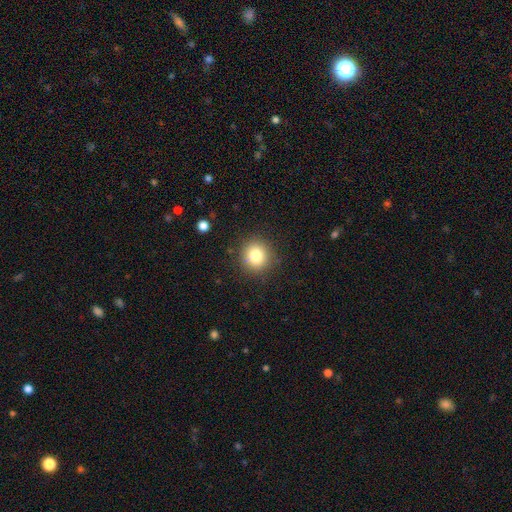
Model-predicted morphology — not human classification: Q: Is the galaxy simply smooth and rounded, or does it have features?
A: smooth — 82%.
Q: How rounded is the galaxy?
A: round — 88%.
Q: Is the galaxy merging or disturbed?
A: none — 88%.